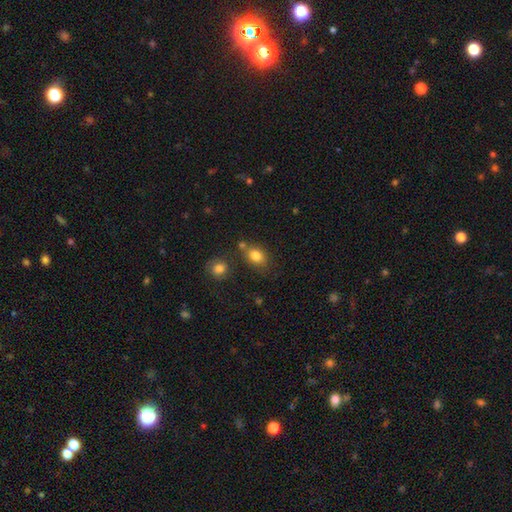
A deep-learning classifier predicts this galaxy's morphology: A smooth galaxy with no disk features (82%) that is in between round and cigar-shaped (62%). Merging: none (67%).